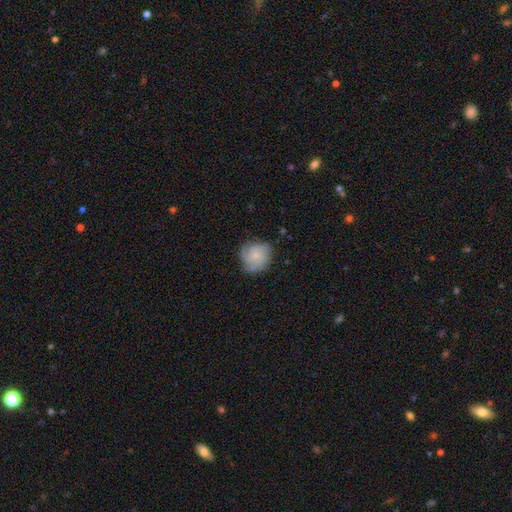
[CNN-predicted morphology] Q: Smooth or featured?
A: featured or disk (65%); runner-up: smooth (28%)
Q: Edge-on disk?
A: no (98%); runner-up: yes (2%)
Q: Bar?
A: no (81%); runner-up: weak (17%)
Q: Spiral arms?
A: yes (94%); runner-up: no (6%)
Q: Spiral winding?
A: tight (54%); runner-up: medium (36%)
Q: Spiral arm count?
A: 3 (42%); runner-up: can't tell (20%)
Q: Bulge size?
A: small (71%); runner-up: moderate (20%)
Q: Merging?
A: none (73%); runner-up: minor disturbance (20%)